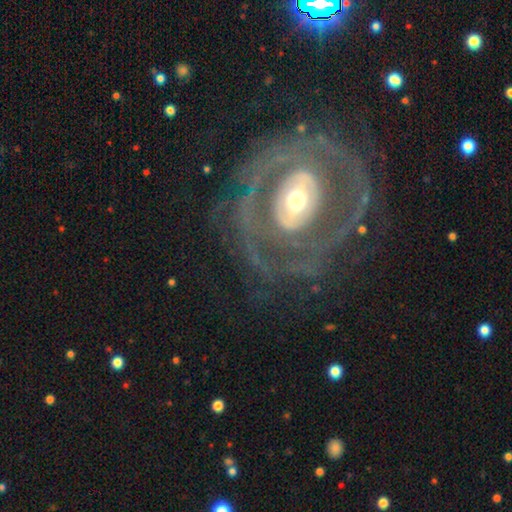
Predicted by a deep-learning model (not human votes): featured or disk 79%, smooth 14%, star or artifact 6%. Down the decision tree: edge-on disk — no (95%); bar — no (59%); spiral arms — yes (56%); bulge size — moderate (54%); merging — none (74%).